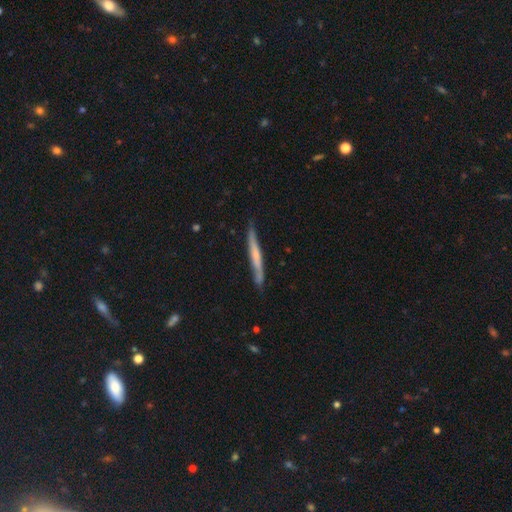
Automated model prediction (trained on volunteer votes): Smooth or featured: featured or disk — 55% (smooth — 39%)
Edge-on disk: yes — 93% (no — 7%)
Edge-on bulge: none — 55% (rounded — 34%)
Merging: none — 78% (minor disturbance — 18%)